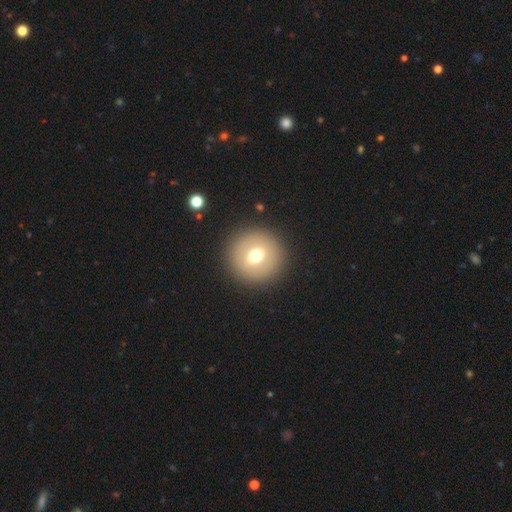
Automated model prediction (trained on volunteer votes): Smooth or featured?
  - smooth: 64% *
  - featured or disk: 23%
  - star or artifact: 12%
How rounded?
  - round: 95% *
  - in between: 4%
  - cigar-shaped: 1%
Merging?
  - none: 91% *
  - minor disturbance: 5%
  - major disturbance: 3%
  - merger: 1%